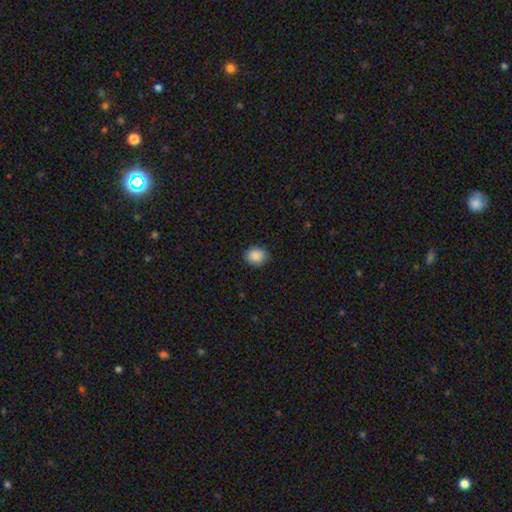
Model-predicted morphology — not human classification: type=smooth (89%); roundness=round (70%); merging=none (88%).